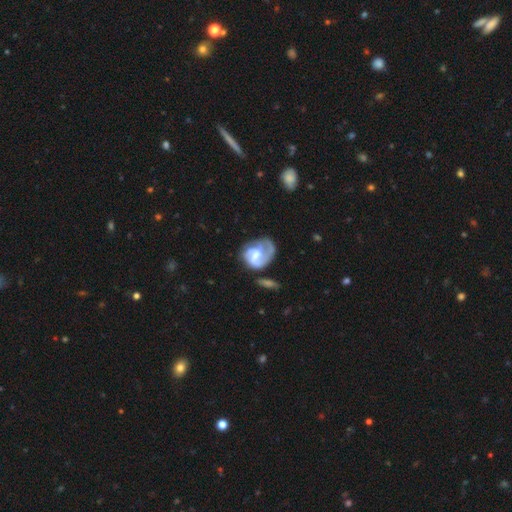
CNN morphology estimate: The model was most divided on "bar": weak: 46%, no: 44%, strong: 10%. Remaining: edge-on disk — no (98%); spiral arms — yes (91%); smooth or featured — featured or disk (77%); bulge size — moderate (51%); spiral arm count — 2 (48%); merging — none (45%); spiral winding — medium (43%).